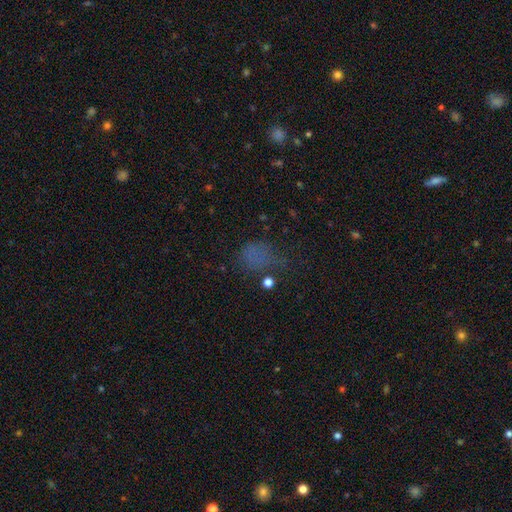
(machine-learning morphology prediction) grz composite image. It shows a smooth galaxy with no disk features (54%) that is in between round and cigar-shaped (50%). Merging: none (42%).